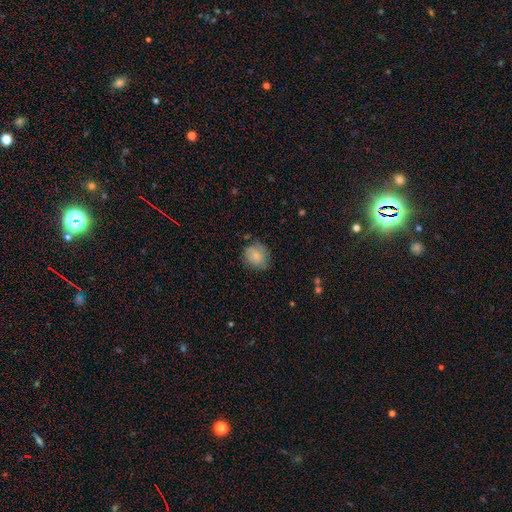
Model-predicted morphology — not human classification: type=smooth (81%); roundness=round (70%); merging=none (69%).